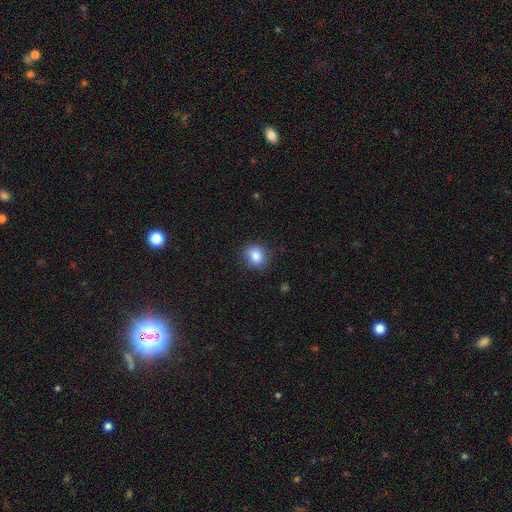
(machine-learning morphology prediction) Smooth or featured? Predicted: smooth (p=0.84). How rounded? Predicted: round (p=0.67). Merging? Predicted: none (p=0.84).